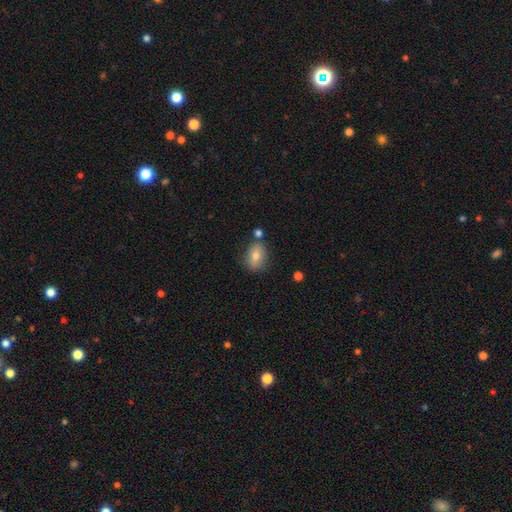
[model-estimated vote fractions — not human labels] smooth 75%, featured or disk 16%, star or artifact 9%. Down the decision tree: how rounded — in between (72%); merging — none (72%).